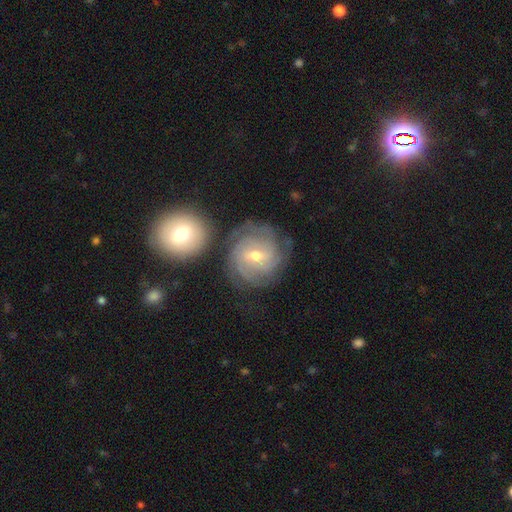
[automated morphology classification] smooth-or-featured: featured or disk: 79% | smooth: 14% | star or artifact: 7%
  disk-edge-on: no: 97% | yes: 3%
    bar: weak: 56% | no: 25% | strong: 19%
    has-spiral-arms: yes: 95% | no: 5%
      spiral-winding: tight: 67% | medium: 27% | loose: 6%
      spiral-arm-count: can't tell: 29% (tied) | 3: 29% (tied) | 4: 18% | 2: 15% | more than 4: 5% | 1: 5%
    bulge-size: moderate: 58% | small: 38% | large: 2% | none: 1% | dominant: 1%
  merging: none: 70% | minor disturbance: 14% | merger: 9% | major disturbance: 6%